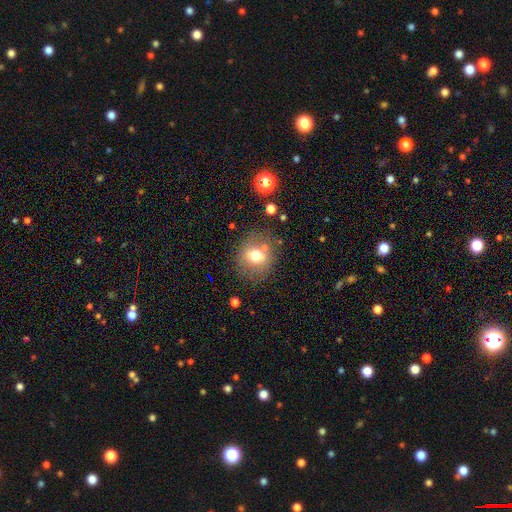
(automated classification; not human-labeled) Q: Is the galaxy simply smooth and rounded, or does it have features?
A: smooth — 66%.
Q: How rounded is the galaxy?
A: round — 74%.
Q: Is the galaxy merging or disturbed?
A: none — 73%.